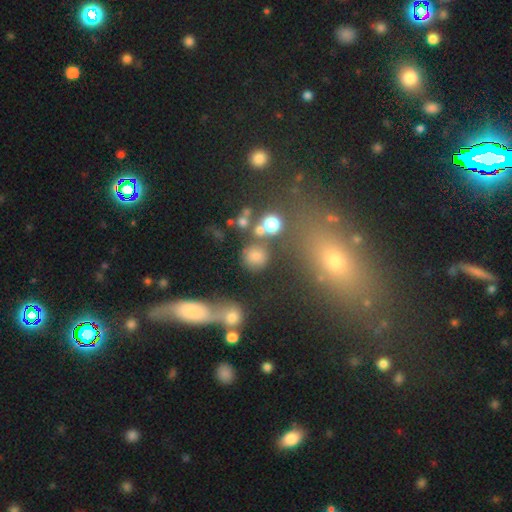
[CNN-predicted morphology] Smooth or featured: smooth — 74% (star or artifact — 15%)
How rounded: round — 81% (in between — 16%)
Merging: none — 66% (merger — 18%)